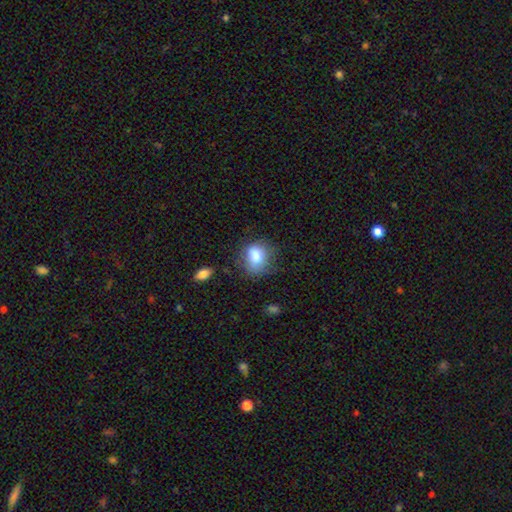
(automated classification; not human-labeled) smooth-or-featured: smooth: 81% | featured or disk: 10% | star or artifact: 9%
  how-rounded: in between: 53% | round: 46% | cigar-shaped: 1%
  merging: none: 57% | minor disturbance: 28% | major disturbance: 12% | merger: 3%